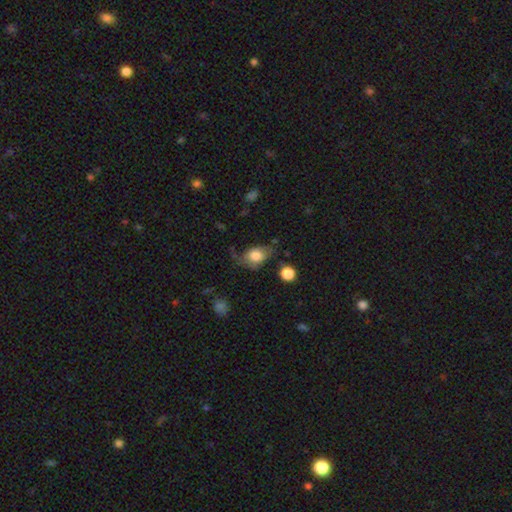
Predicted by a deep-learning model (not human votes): smooth_or_featured: smooth (p=0.76) [alt: featured or disk p=0.15]
how_rounded: in between (p=0.70) [alt: round p=0.28]
merging: none (p=0.48) [alt: minor disturbance p=0.32]